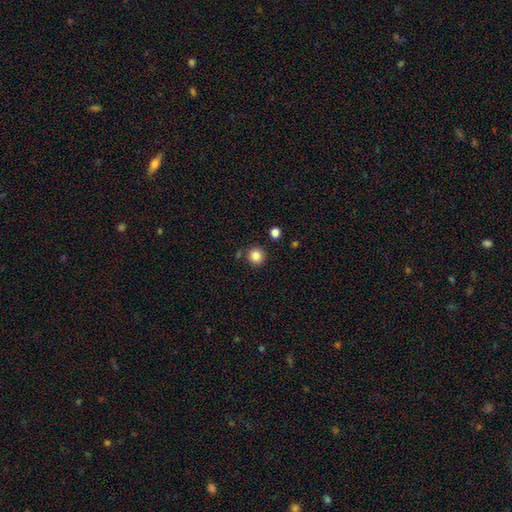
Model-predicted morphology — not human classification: type=smooth (85%); roundness=round (94%); merging=none (85%).